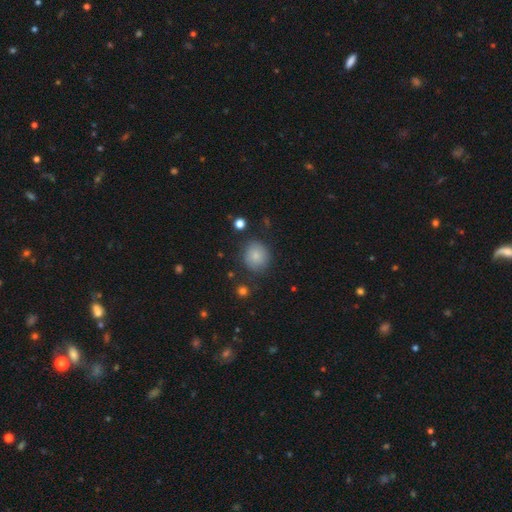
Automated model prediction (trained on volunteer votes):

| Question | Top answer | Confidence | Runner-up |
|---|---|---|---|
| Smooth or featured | smooth | 81% | featured or disk (10%) |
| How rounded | round | 80% | in between (19%) |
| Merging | none | 79% | minor disturbance (14%) |